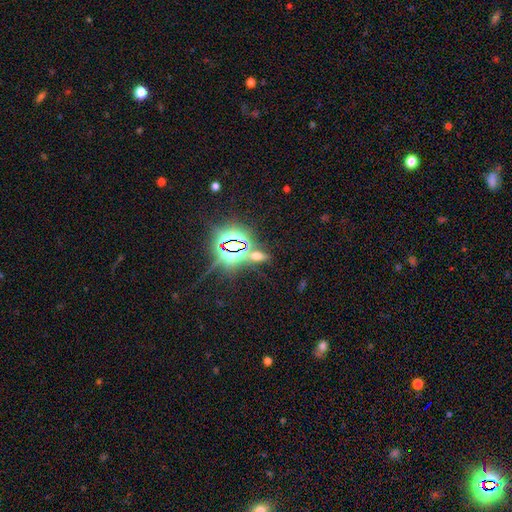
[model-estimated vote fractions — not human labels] Smooth or featured? Predicted: star or artifact (p=0.53).